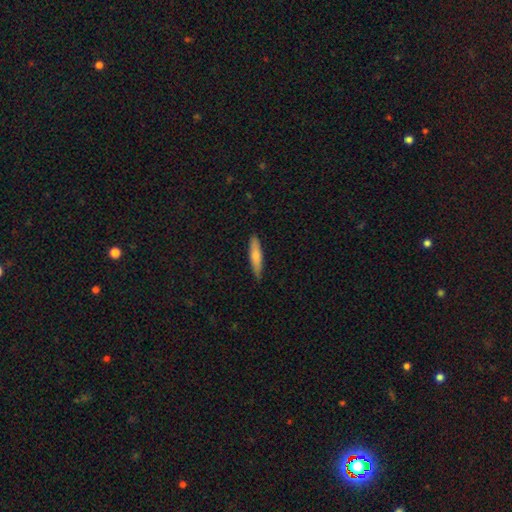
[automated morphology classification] The model was most divided on "smooth or featured": smooth: 72%, featured or disk: 22%, star or artifact: 5%. More confident: merging — none (86%); how rounded — cigar-shaped (83%).